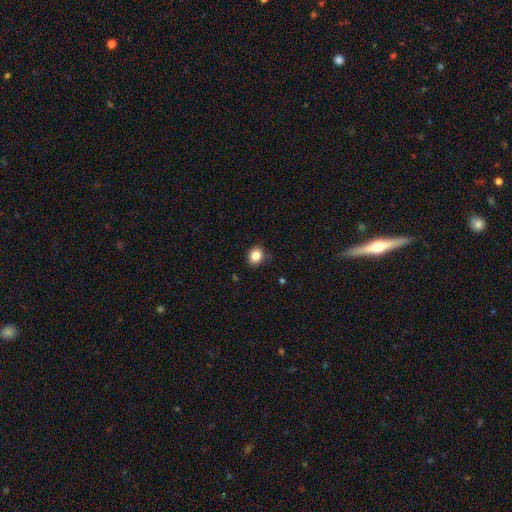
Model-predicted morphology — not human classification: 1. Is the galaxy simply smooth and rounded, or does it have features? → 84% smooth, 10% star or artifact, 6% featured or disk.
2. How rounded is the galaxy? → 56% round, 43% in between, 1% cigar-shaped.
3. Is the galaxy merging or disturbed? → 84% none, 12% minor disturbance, 2% major disturbance, 1% merger.